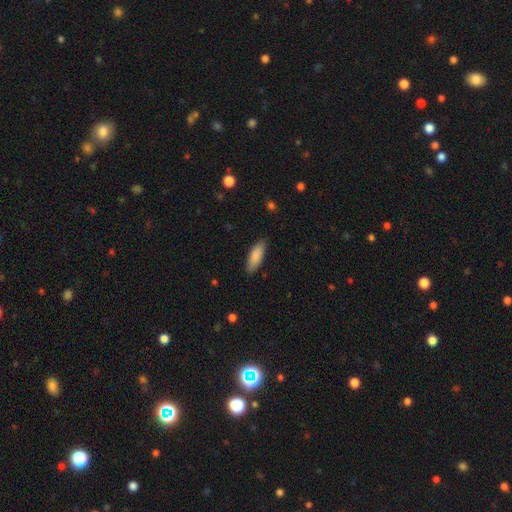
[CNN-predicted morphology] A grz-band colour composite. It shows a smooth galaxy with no disk features (87%) that is in between round and cigar-shaped (62%). Merging: none (86%).